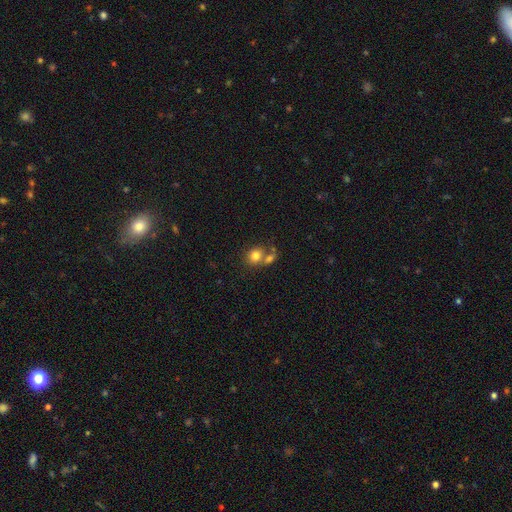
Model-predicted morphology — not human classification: Smooth or featured?
  - smooth: 79% *
  - featured or disk: 11%
  - star or artifact: 10%
How rounded?
  - round: 71% *
  - in between: 28%
  - cigar-shaped: 1%
Merging?
  - none: 44% *
  - merger: 43%
  - minor disturbance: 9%
  - major disturbance: 4%